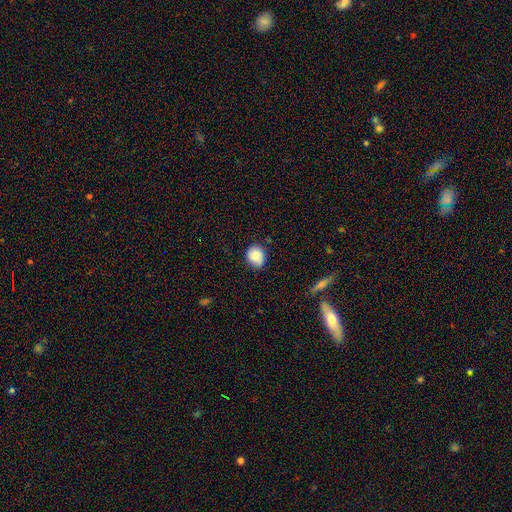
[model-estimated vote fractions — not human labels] Morphology: type=smooth (83%); roundness=round (67%); merging=none (70%).